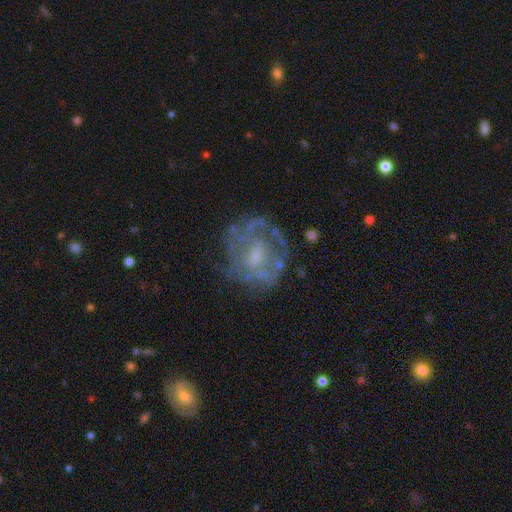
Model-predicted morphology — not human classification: This appears to be a featured or disk galaxy (73%) with no bar (55%), spiral arms (57%) and a moderate central bulge (41%). Merging: none (63%).